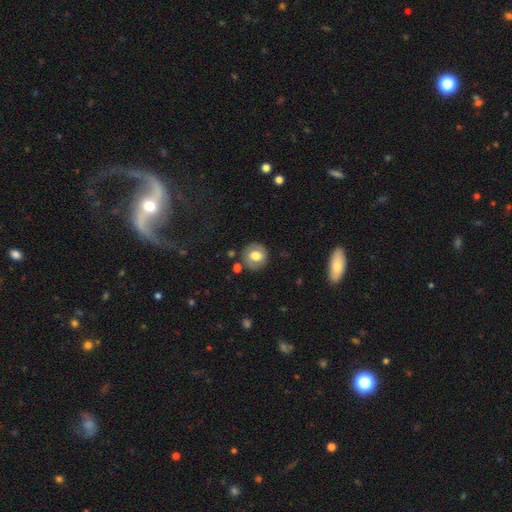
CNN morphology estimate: Smooth or featured: smooth — 63% (featured or disk — 29%)
How rounded: round — 86% (in between — 13%)
Merging: none — 82% (minor disturbance — 11%)